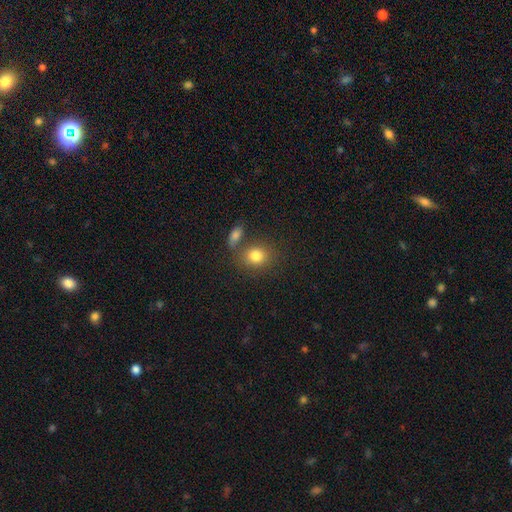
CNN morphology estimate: This appears to be a smooth galaxy with no disk features (81%) that is round (60%). Merging: none (61%).